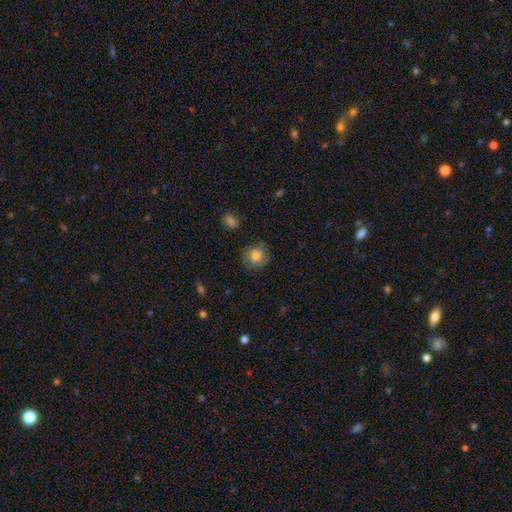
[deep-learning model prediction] Smooth or featured? smooth (70%)
How rounded? round (88%)
Merging? none (78%)